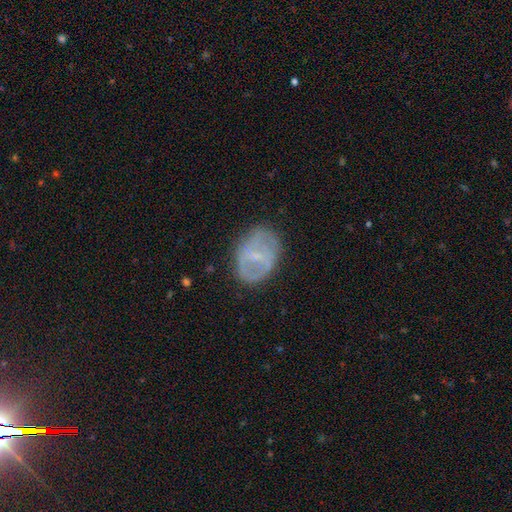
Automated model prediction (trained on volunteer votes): The model was most divided on "bar": weak: 44%, strong: 30%, no: 25%. More confident: edge-on disk — no (94%); merging — none (74%); spiral arms — no (59%); smooth or featured — featured or disk (59%); bulge size — small (58%).